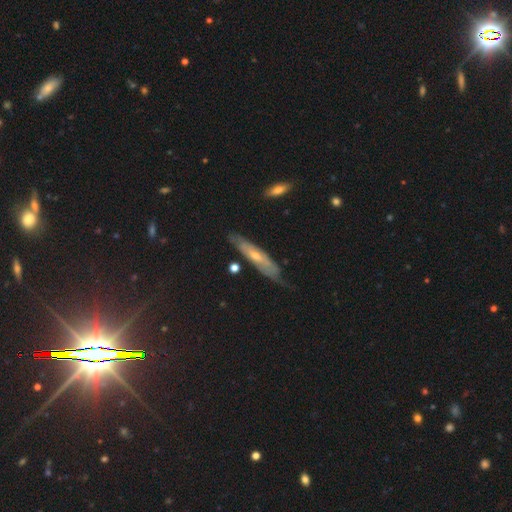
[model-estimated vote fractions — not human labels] smooth-or-featured: featured or disk: 62% | smooth: 31% | star or artifact: 7%
  disk-edge-on: yes: 53% | no: 47%
  merging: none: 70% | minor disturbance: 23% | major disturbance: 5% | merger: 2%